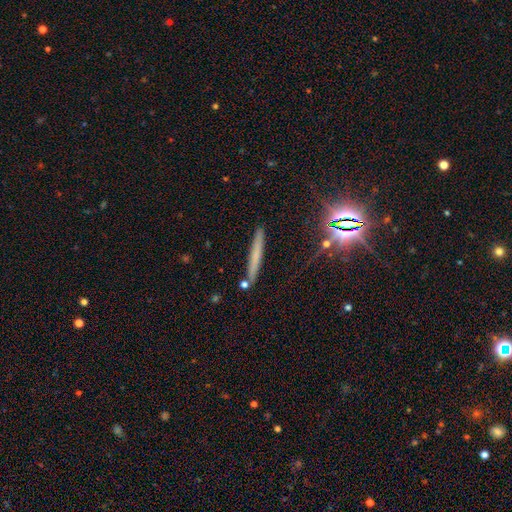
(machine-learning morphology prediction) Smooth or featured? smooth (54%)
How rounded? cigar-shaped (95%)
Merging? none (86%)